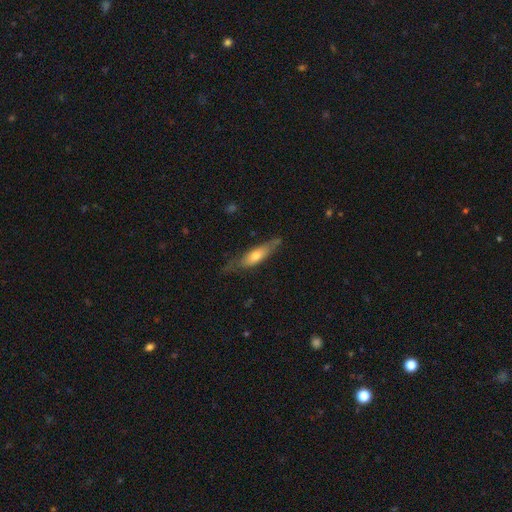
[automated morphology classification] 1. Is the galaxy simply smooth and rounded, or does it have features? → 53% smooth, 41% featured or disk, 6% star or artifact.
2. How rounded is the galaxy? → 61% cigar-shaped, 37% in between, 2% round.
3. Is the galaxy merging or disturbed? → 60% none, 29% minor disturbance, 10% major disturbance, 2% merger.